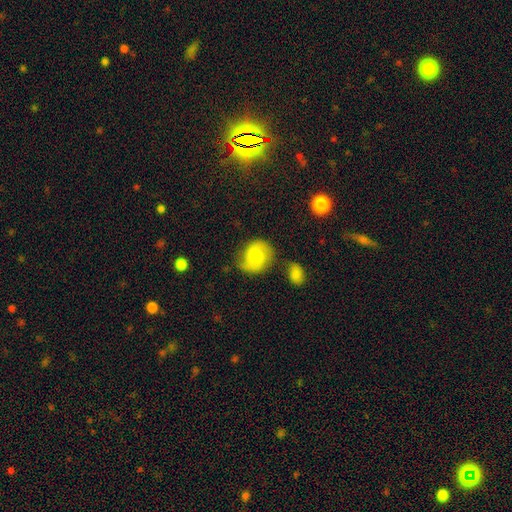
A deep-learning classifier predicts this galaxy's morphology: The model was most divided on "bulge size": moderate: 47%, small: 40%, none: 8%, large: 4%, dominant: 1%. More confident: edge-on disk — no (98%); spiral arms — yes (88%); merging — none (66%); smooth or featured — featured or disk (53%); bar — weak (50%).